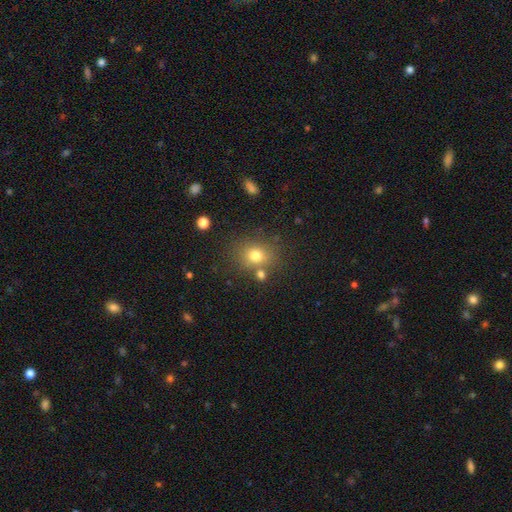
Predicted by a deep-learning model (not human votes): Q: Smooth or featured?
A: smooth (75%); runner-up: star or artifact (14%)
Q: How rounded?
A: round (60%); runner-up: in between (39%)
Q: Merging?
A: none (72%); runner-up: minor disturbance (13%)